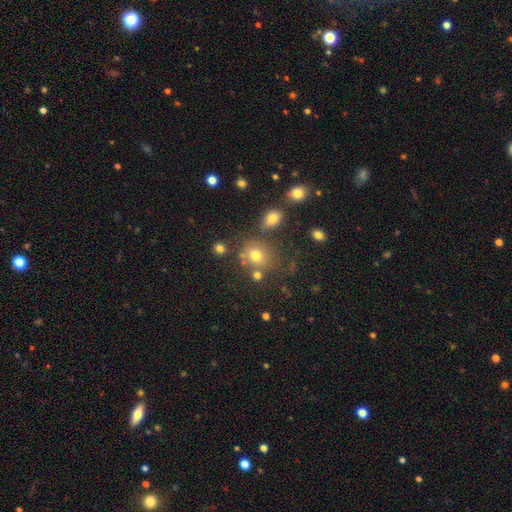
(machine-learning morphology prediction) Smooth or featured?
  - smooth: 72% *
  - star or artifact: 17%
  - featured or disk: 11%
How rounded?
  - round: 74% *
  - in between: 25%
  - cigar-shaped: 1%
Merging?
  - none: 68% *
  - minor disturbance: 13%
  - merger: 13%
  - major disturbance: 6%